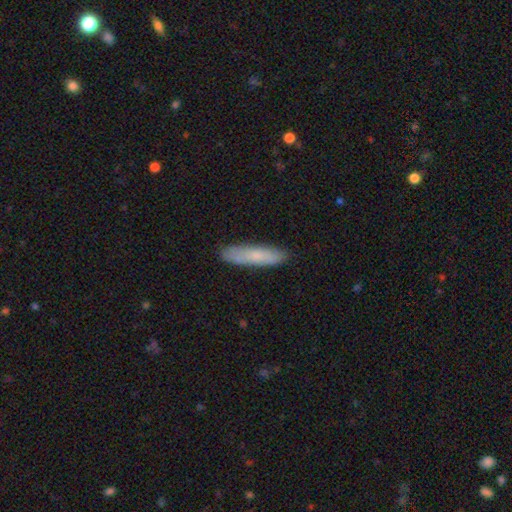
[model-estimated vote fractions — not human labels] Smooth or featured? Predicted: smooth (p=0.74). How rounded? Predicted: cigar-shaped (p=0.79). Merging? Predicted: none (p=0.84).